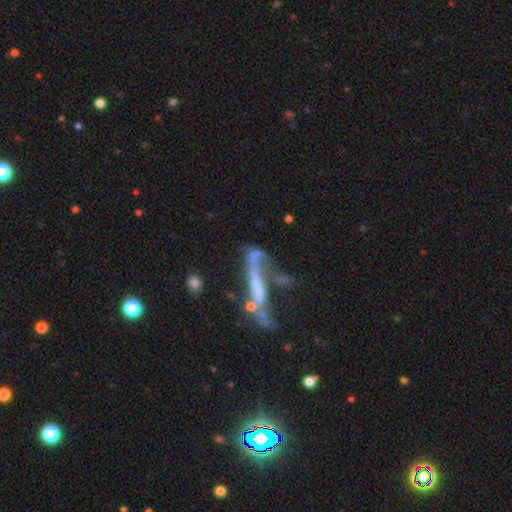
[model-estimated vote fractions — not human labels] A featured or disk galaxy (56%). Merging: major disturbance (32%).